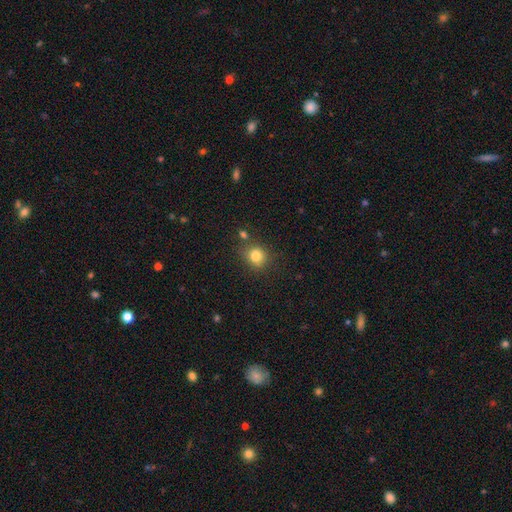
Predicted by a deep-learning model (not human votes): smooth 81%, star or artifact 12%, featured or disk 7%. Down the decision tree: how rounded — round (77%); merging — none (70%).